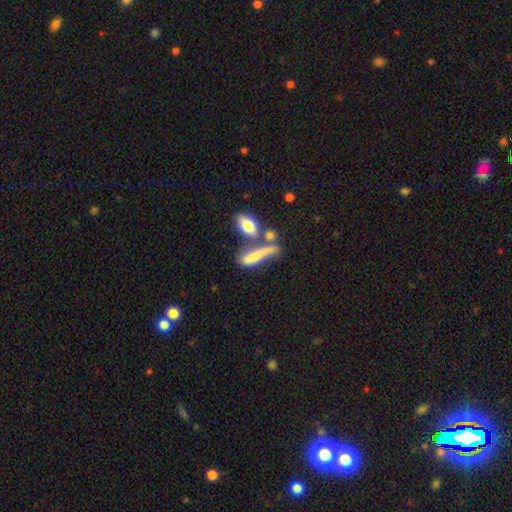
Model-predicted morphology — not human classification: This appears to be a smooth galaxy with no disk features (63%) that is cigar-shaped (56%). Merging: merger (35%).